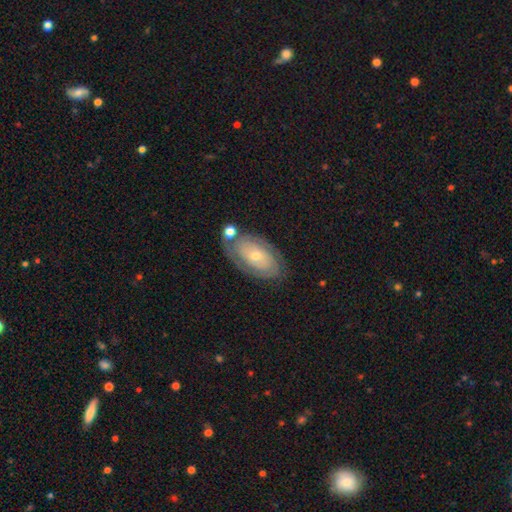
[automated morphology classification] Smooth or featured? Predicted: featured or disk (p=0.69). Edge-on disk? Predicted: no (p=0.94). Bar? Predicted: no (p=0.79). Spiral arms? Predicted: yes (p=0.82). Spiral winding? Predicted: tight (p=0.75). Spiral arm count? Predicted: can't tell (p=0.42). Bulge size? Predicted: small (p=0.61). Merging? Predicted: none (p=0.66).